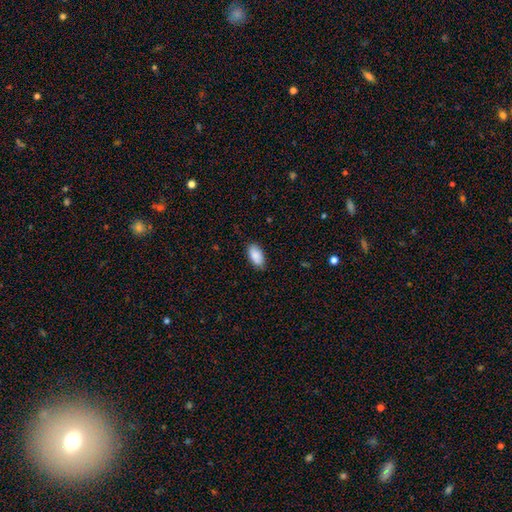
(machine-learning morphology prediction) A smooth galaxy with no disk features (89%) that is in between round and cigar-shaped (94%). Merging: none (84%).